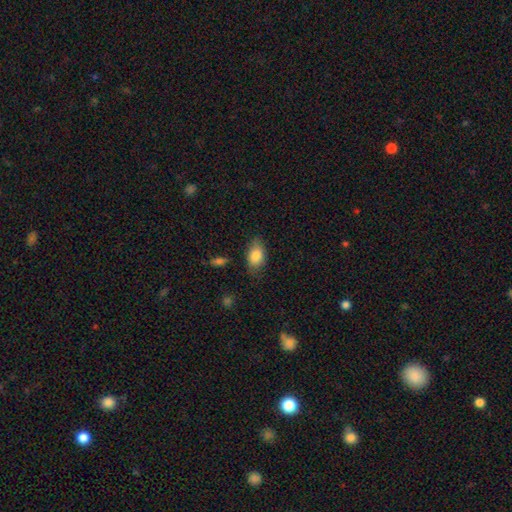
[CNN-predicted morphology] This is clearly a smooth galaxy (84%). How rounded: clearly in between (89%). Merging: likely none (74%).